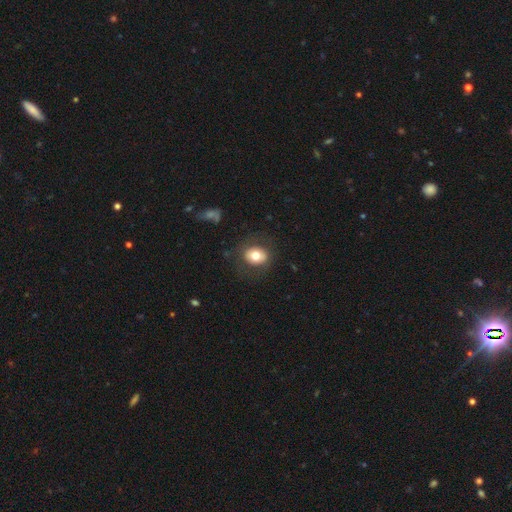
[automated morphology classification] smooth-or-featured: smooth: 73% | featured or disk: 18% | star or artifact: 9%
  how-rounded: round: 55% | in between: 44% | cigar-shaped: 1%
  merging: none: 81% | minor disturbance: 12% | major disturbance: 6% | merger: 1%